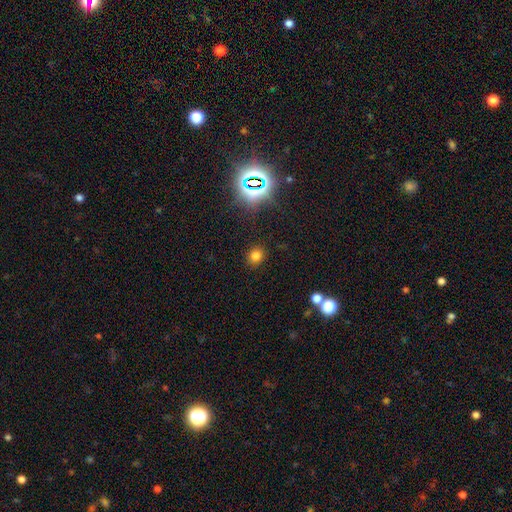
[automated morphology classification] smooth 75%, star or artifact 20%, featured or disk 6%. Down the decision tree: how rounded — round (74%); merging — none (87%).